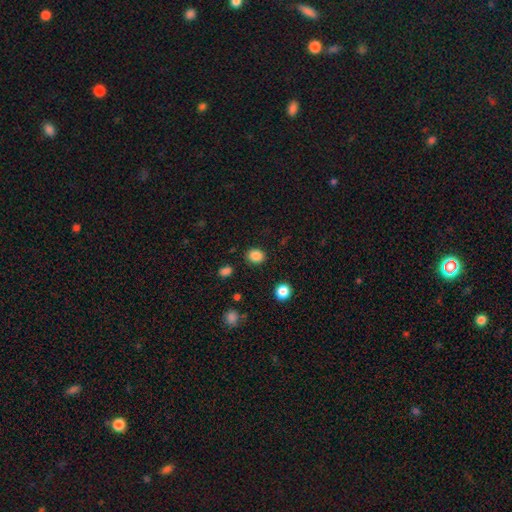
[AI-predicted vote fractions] smooth-or-featured: smooth: 85% | star or artifact: 11% | featured or disk: 4%
  how-rounded: round: 62% | in between: 37% | cigar-shaped: 1%
  merging: none: 88% | minor disturbance: 8% | major disturbance: 3% | merger: 2%